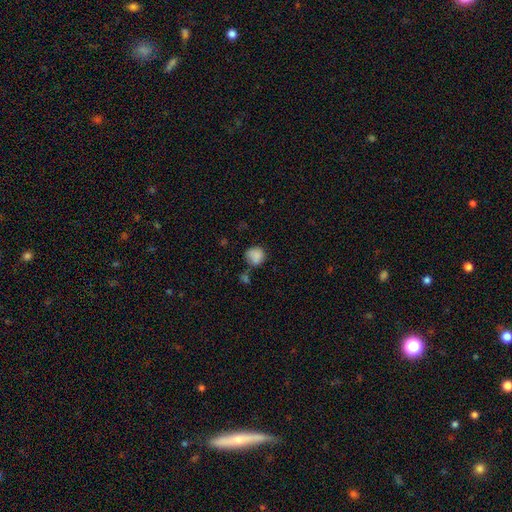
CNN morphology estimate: Smooth or featured?
  - smooth: 84% *
  - star or artifact: 9%
  - featured or disk: 7%
How rounded?
  - round: 79% *
  - in between: 20%
  - cigar-shaped: 1%
Merging?
  - none: 56% *
  - minor disturbance: 24%
  - merger: 11%
  - major disturbance: 8%